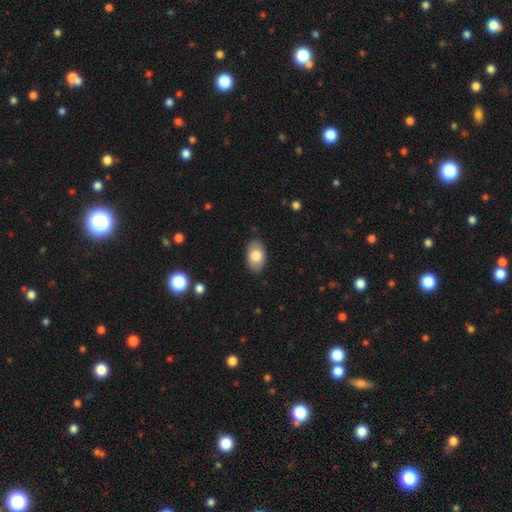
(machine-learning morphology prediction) type=smooth (77%); roundness=in between (90%); merging=none (87%).